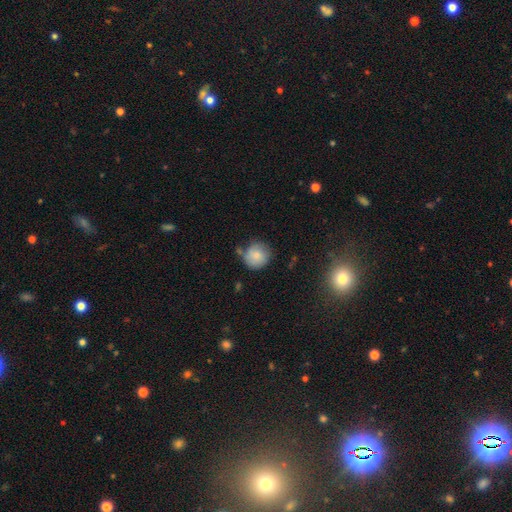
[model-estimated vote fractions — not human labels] smooth 80%, featured or disk 12%, star or artifact 8%. Down the decision tree: how rounded — round (91%); merging — none (64%).